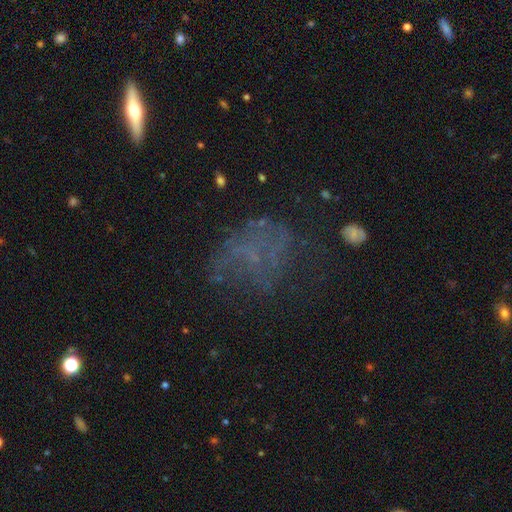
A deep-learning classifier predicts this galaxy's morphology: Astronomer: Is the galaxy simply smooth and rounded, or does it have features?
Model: featured or disk — 44% (runner-up: smooth, 29%).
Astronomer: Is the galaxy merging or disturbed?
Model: none — 47% (runner-up: major disturbance, 29%).